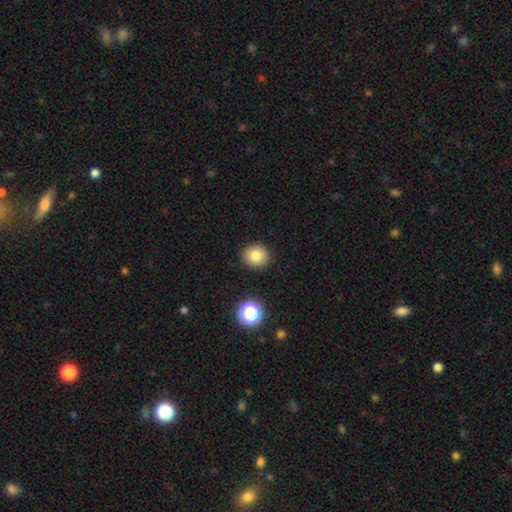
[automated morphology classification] smooth-or-featured: smooth: 81% | star or artifact: 12% | featured or disk: 7%
  how-rounded: round: 87% | in between: 12% | cigar-shaped: 1%
  merging: none: 90% | minor disturbance: 6% | major disturbance: 2% | merger: 2%